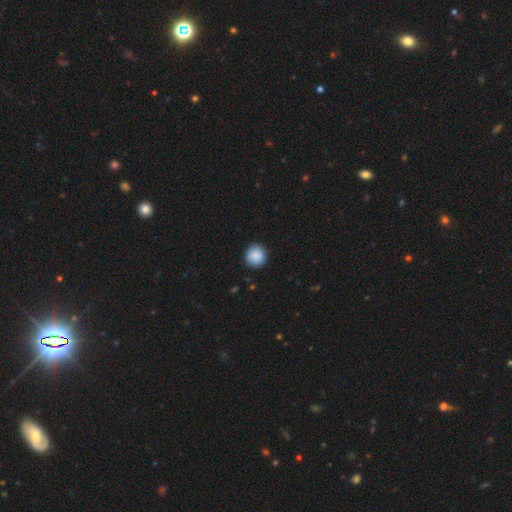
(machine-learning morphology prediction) Smooth or featured: smooth — 88% (star or artifact — 7%)
How rounded: round — 94% (in between — 5%)
Merging: none — 90% (minor disturbance — 7%)